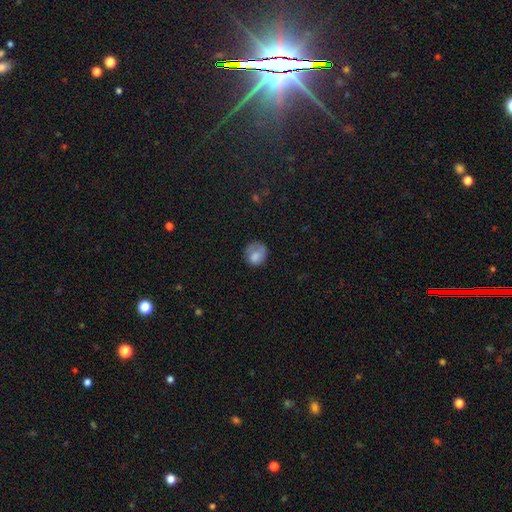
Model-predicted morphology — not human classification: Q: Smooth or featured?
A: smooth (72%); runner-up: featured or disk (19%)
Q: How rounded?
A: round (74%); runner-up: in between (25%)
Q: Merging?
A: none (50%); runner-up: minor disturbance (27%)